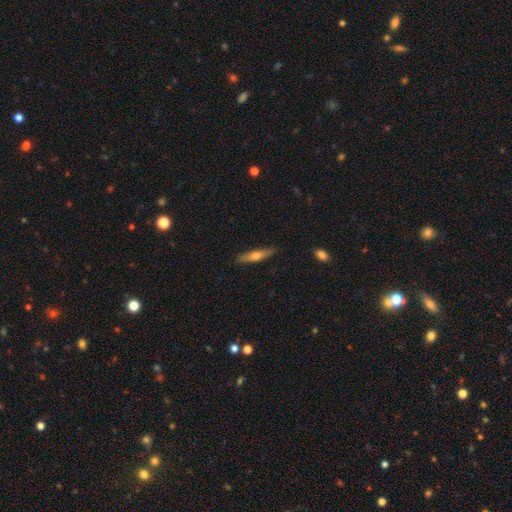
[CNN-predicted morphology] Smooth or featured? Predicted: smooth (p=0.54). How rounded? Predicted: cigar-shaped (p=0.84). Merging? Predicted: none (p=0.88).